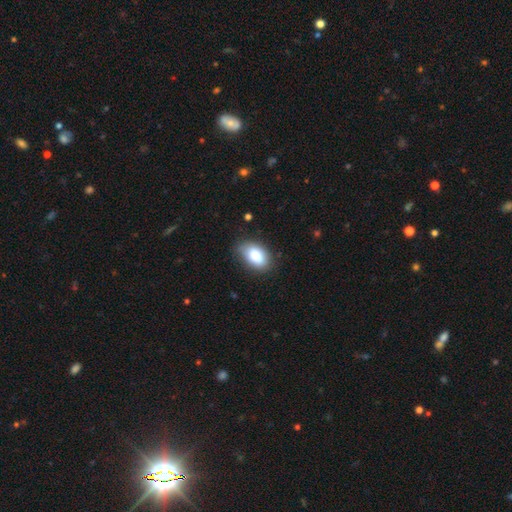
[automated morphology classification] A smooth galaxy with no disk features (84%) that is in between round and cigar-shaped (91%). Merging: none (76%).